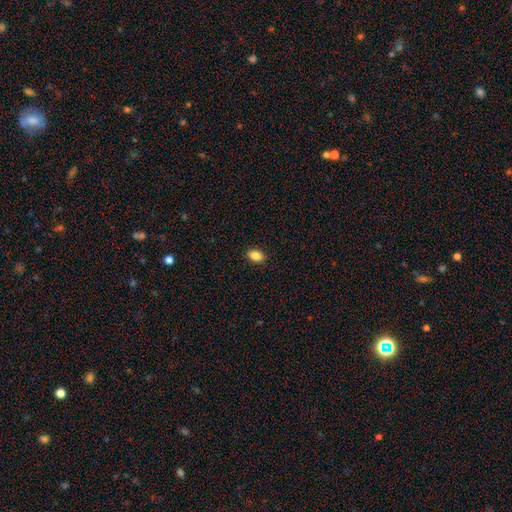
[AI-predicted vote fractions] Smooth or featured?
  - smooth: 85% *
  - star or artifact: 9%
  - featured or disk: 6%
How rounded?
  - in between: 86% *
  - round: 12%
  - cigar-shaped: 2%
Merging?
  - none: 90% *
  - minor disturbance: 8%
  - major disturbance: 2%
  - merger: 1%